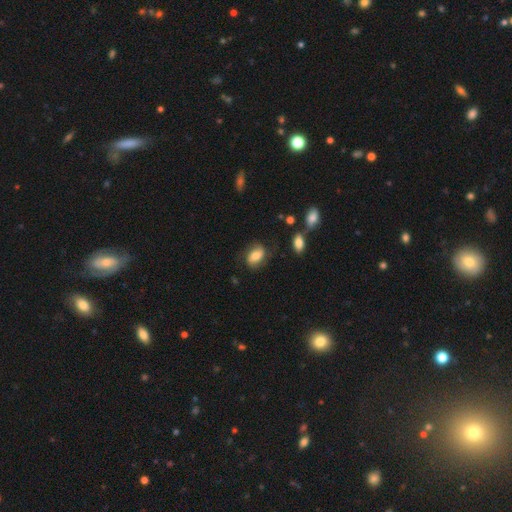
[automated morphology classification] Smooth or featured? Predicted: smooth (p=0.64). How rounded? Predicted: in between (p=0.82). Merging? Predicted: none (p=0.70).